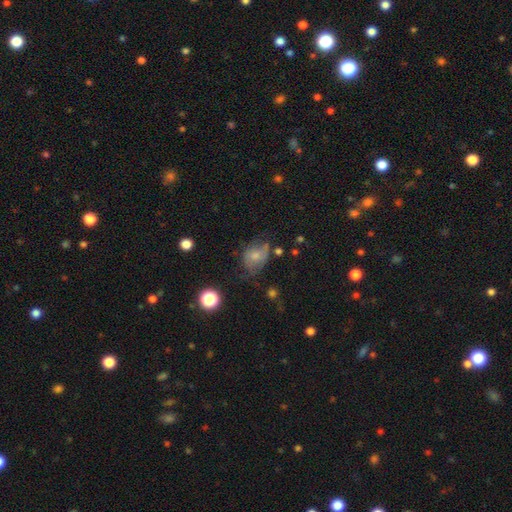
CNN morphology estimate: Smooth or featured? Predicted: smooth (p=0.62). How rounded? Predicted: in between (p=0.63). Merging? Predicted: none (p=0.40).